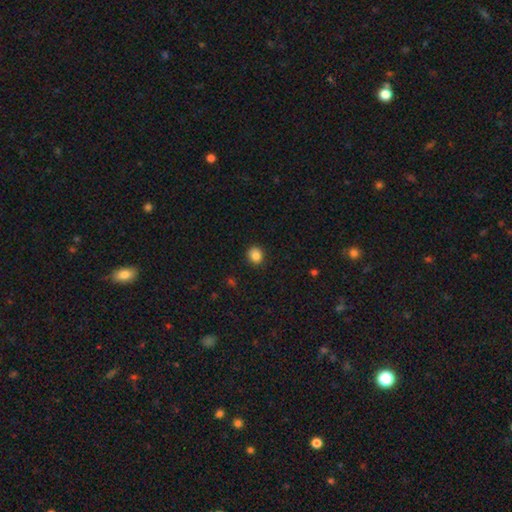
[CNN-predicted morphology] Smooth or featured: smooth — 86% (star or artifact — 10%)
How rounded: round — 78% (in between — 21%)
Merging: none — 90% (minor disturbance — 7%)